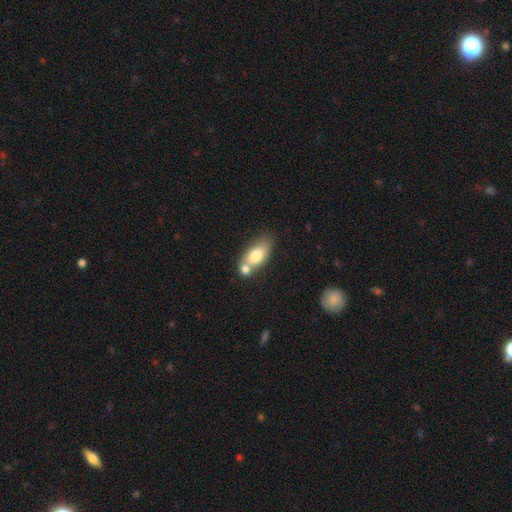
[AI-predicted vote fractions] smooth 73%, featured or disk 20%, star or artifact 7%. Down the decision tree: how rounded — in between (82%); merging — merger (44%).